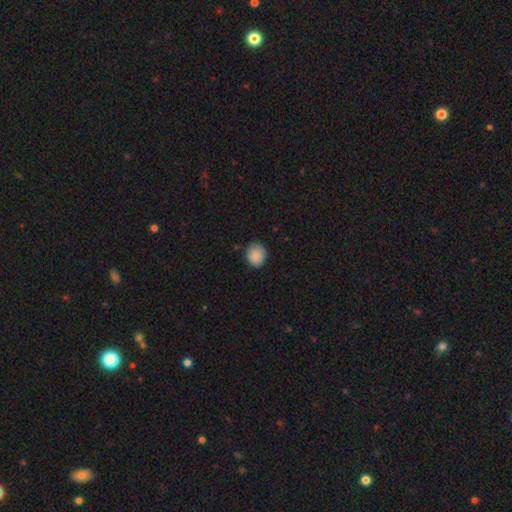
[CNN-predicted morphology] Overall: smooth (88%). How rounded: round (75%). Merging: none (82%).